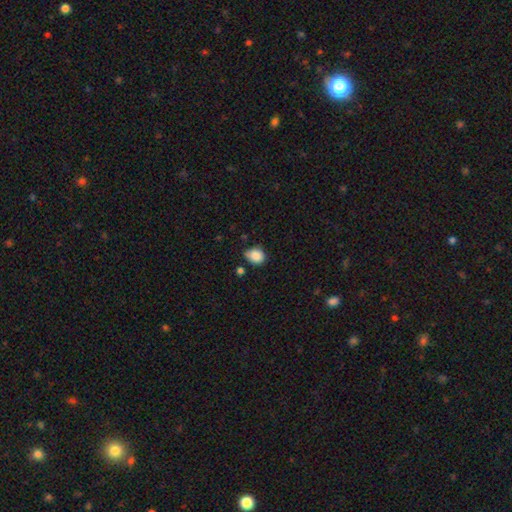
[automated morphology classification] type=smooth (86%); roundness=round (55%); merging=none (59%).